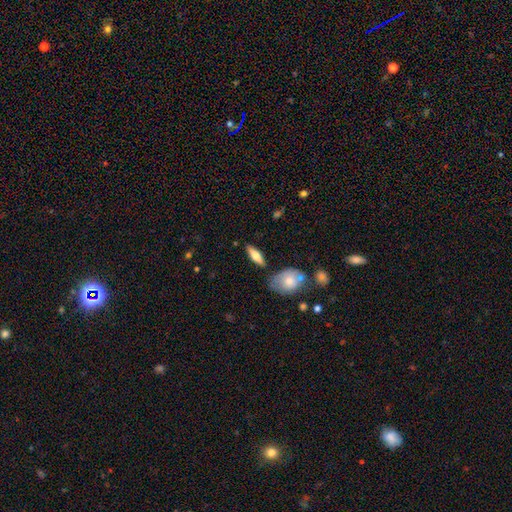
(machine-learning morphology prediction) The model was most divided on "how rounded": in between: 52%, cigar-shaped: 45%, round: 3%. More confident: merging — none (80%); smooth or featured — smooth (54%).